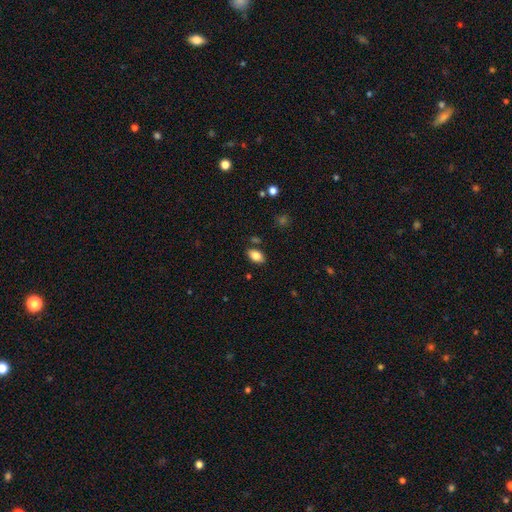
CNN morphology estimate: This appears to be a smooth galaxy with no disk features (83%) that is in between round and cigar-shaped (91%). Merging: none (83%).